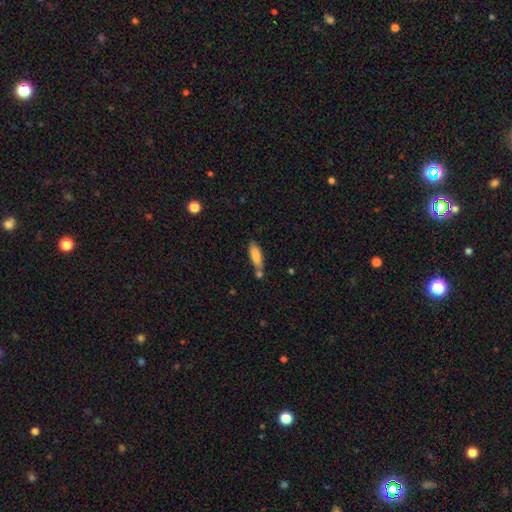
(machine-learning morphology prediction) This is clearly a smooth galaxy (81%). How rounded: possibly in between (59%). Merging: possibly none (58%).